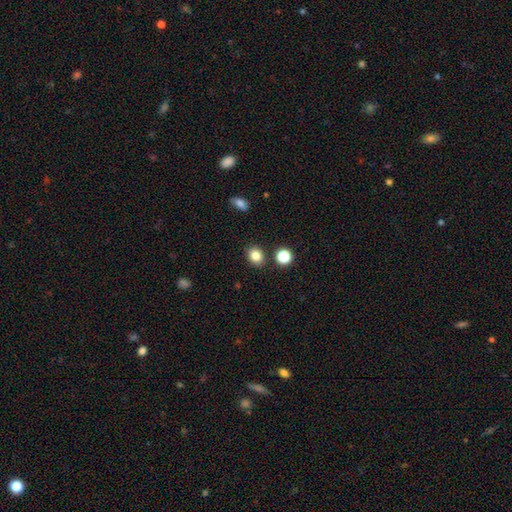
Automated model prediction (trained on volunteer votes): Smooth or featured? Predicted: smooth (p=0.83). How rounded? Predicted: round (p=0.54). Merging? Predicted: none (p=0.85).